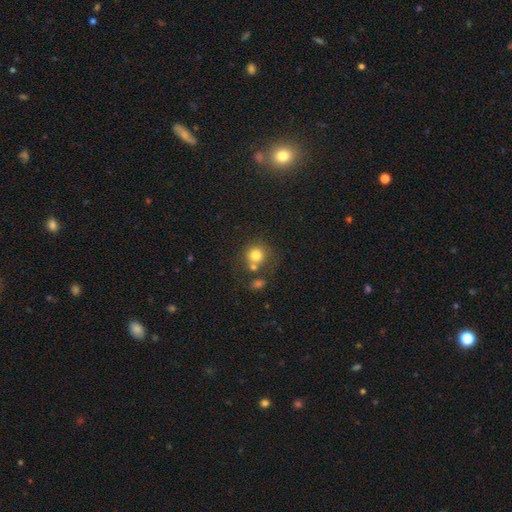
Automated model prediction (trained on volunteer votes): A smooth galaxy with no disk features (78%) that is round (87%). Merging: none (53%).